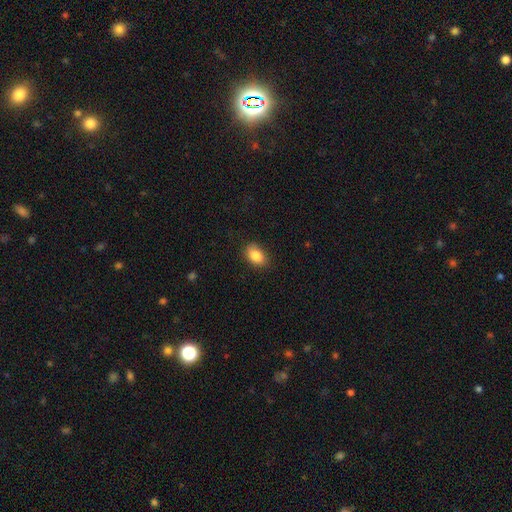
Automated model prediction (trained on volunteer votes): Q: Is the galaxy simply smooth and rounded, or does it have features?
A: smooth — 86%.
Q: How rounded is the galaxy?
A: in between — 85%.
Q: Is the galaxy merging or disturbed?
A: none — 83%.